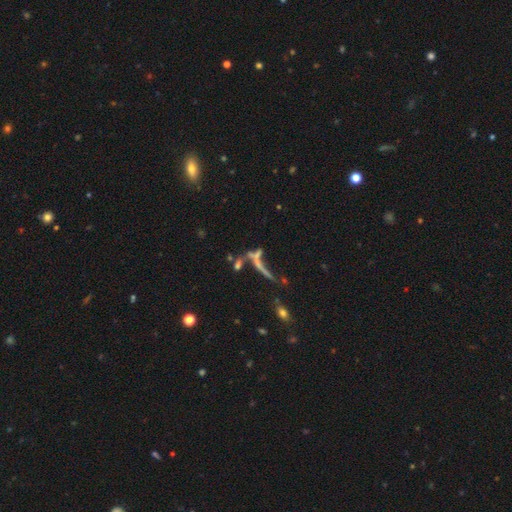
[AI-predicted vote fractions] A featured or disk galaxy (48%).

Vote fractions:
- Smooth or featured? featured or disk: 48% / smooth: 33% / star or artifact: 19%
- Merging? merger: 40% / none: 31% / major disturbance: 17% / minor disturbance: 11%